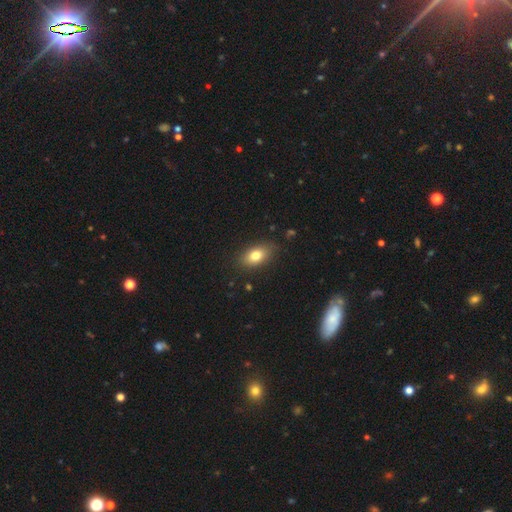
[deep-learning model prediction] The model was most divided on "smooth or featured": smooth: 79%, featured or disk: 12%, star or artifact: 9%. More confident: how rounded — in between (86%); merging — none (83%).